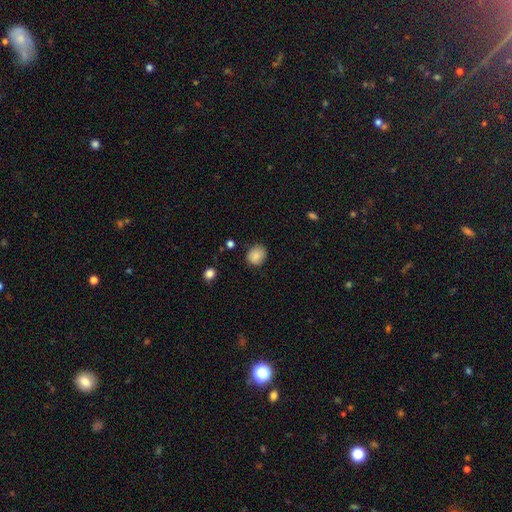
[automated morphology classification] type=smooth (87%); roundness=round (67%); merging=none (79%).